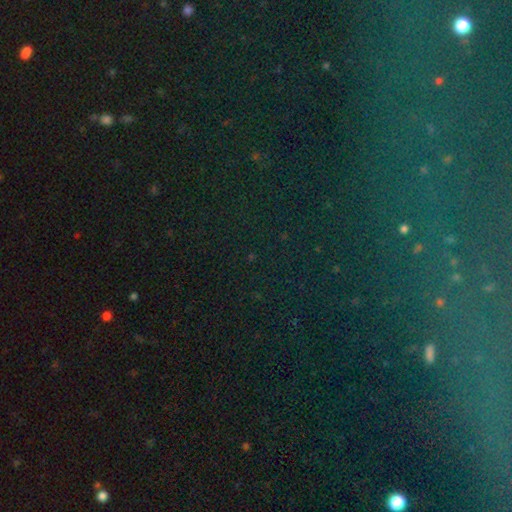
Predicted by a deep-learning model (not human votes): This is likely a star or artifact rather than a galaxy (74%).